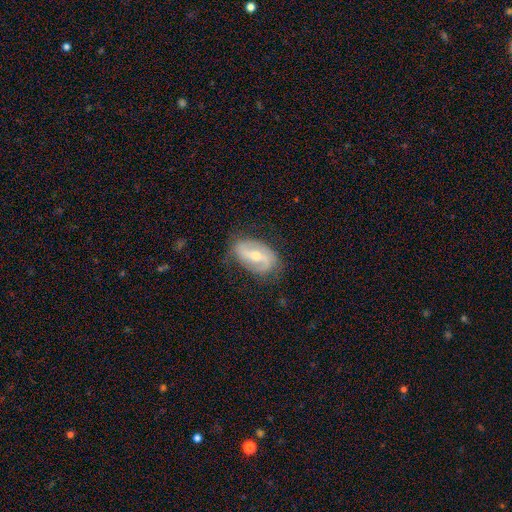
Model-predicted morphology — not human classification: type=featured or disk (75%); edge-on=no (94%); bar=strong (42%); spiral arms=yes (83%); winding=loose (46%); arm count=2 (84%); bulge=moderate (49%); merging=none (73%).